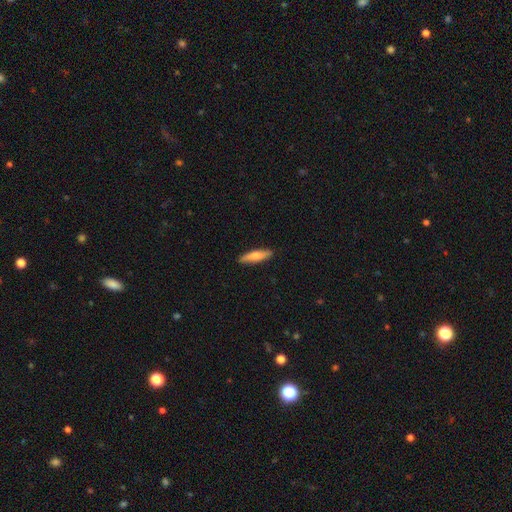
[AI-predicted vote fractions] The model was most divided on "smooth or featured": smooth: 69%, featured or disk: 25%, star or artifact: 6%. More confident: merging — none (88%); how rounded — cigar-shaped (73%).